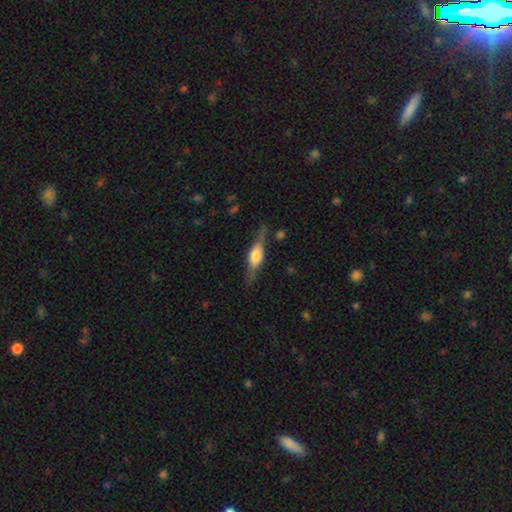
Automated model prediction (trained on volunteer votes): The model was most divided on "smooth or featured": featured or disk: 63%, smooth: 31%, star or artifact: 6%. More confident: edge-on disk — yes (94%); edge-on bulge — rounded (82%); merging — none (79%).